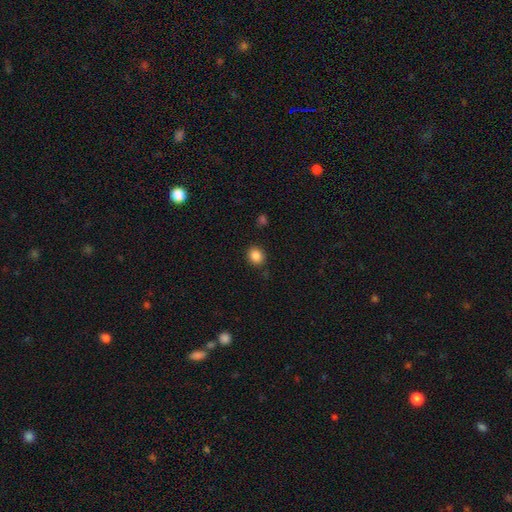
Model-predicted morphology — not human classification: This appears to be a smooth galaxy with no disk features (86%) that is round (72%). Merging: none (87%).